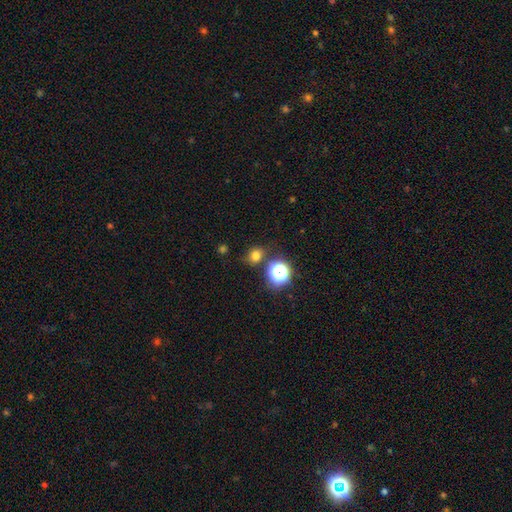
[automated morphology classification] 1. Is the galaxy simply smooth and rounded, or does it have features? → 71% smooth, 22% star or artifact, 7% featured or disk.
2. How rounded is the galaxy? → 70% round, 29% in between, 1% cigar-shaped.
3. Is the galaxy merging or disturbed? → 75% none, 13% minor disturbance, 8% merger, 5% major disturbance.